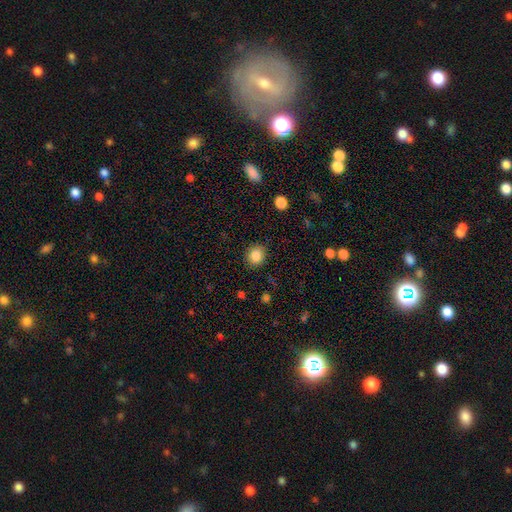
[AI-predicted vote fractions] A smooth galaxy with no disk features (85%) that is round (76%). Merging: none (86%).